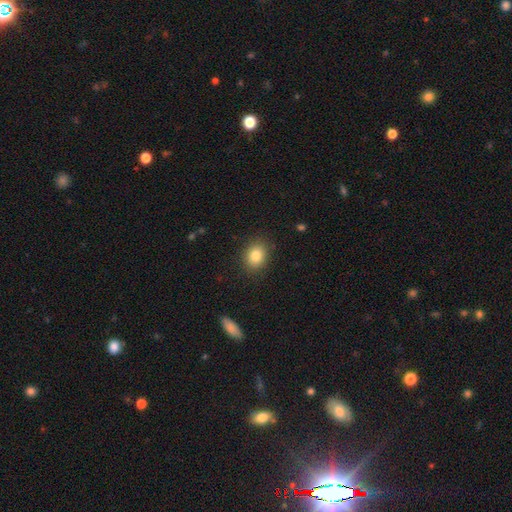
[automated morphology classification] smooth 82%, star or artifact 10%, featured or disk 8%. Down the decision tree: how rounded — in between (51%); merging — none (87%).